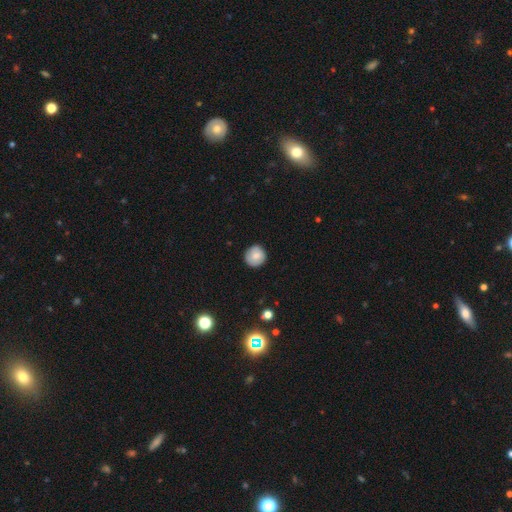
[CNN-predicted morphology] Smooth or featured? Predicted: smooth (p=0.81). How rounded? Predicted: round (p=0.92). Merging? Predicted: none (p=0.86).